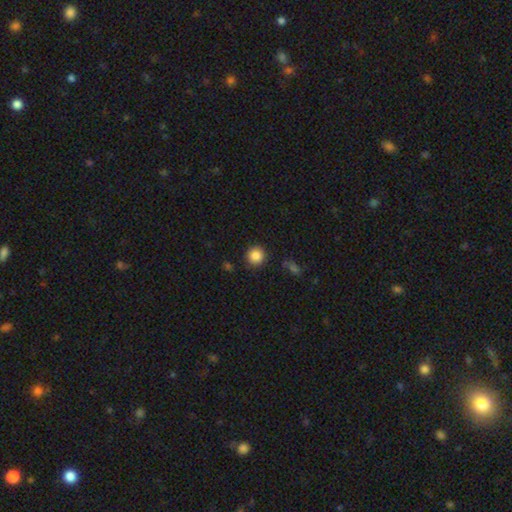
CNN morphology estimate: smooth 86%, star or artifact 10%, featured or disk 4%. Down the decision tree: how rounded — round (92%); merging — none (89%).